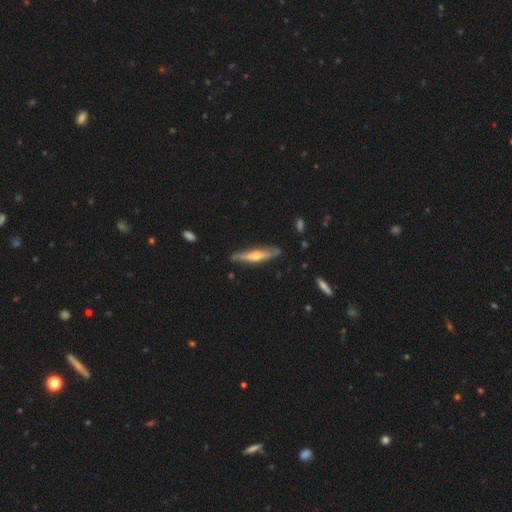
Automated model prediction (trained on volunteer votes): Smooth or featured?
  - featured or disk: 61% *
  - smooth: 34%
  - star or artifact: 5%
Edge-on disk?
  - yes: 83% *
  - no: 17%
Edge-on bulge?
  - rounded: 80% *
  - none: 14%
  - boxy: 6%
Merging?
  - none: 78% *
  - minor disturbance: 17%
  - major disturbance: 3%
  - merger: 2%